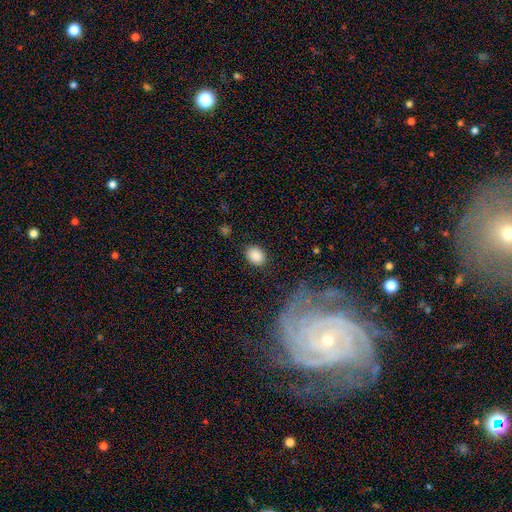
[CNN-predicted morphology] Smooth or featured? Predicted: smooth (p=0.86). How rounded? Predicted: in between (p=0.57). Merging? Predicted: none (p=0.85).